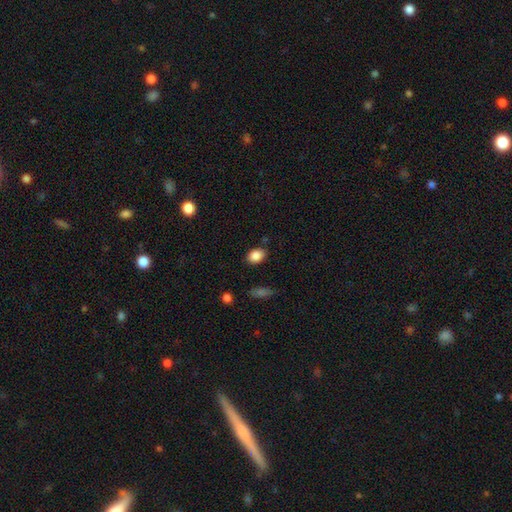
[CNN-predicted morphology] smooth-or-featured: smooth: 86% | star or artifact: 9% | featured or disk: 5%
  how-rounded: in between: 75% | round: 23% | cigar-shaped: 1%
  merging: none: 82% | minor disturbance: 12% | merger: 3% | major disturbance: 3%